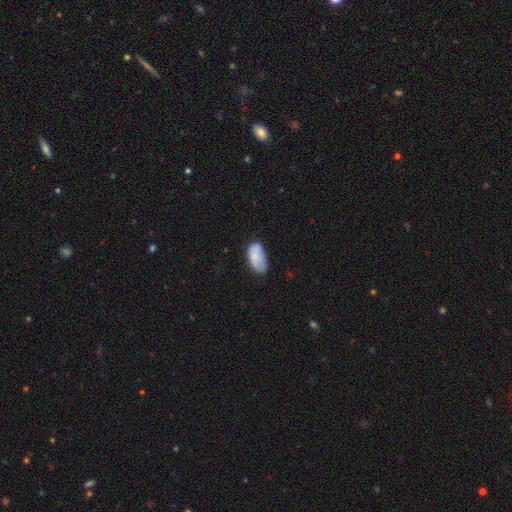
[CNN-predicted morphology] Overall: smooth (81%). How rounded: in between (94%). Merging: none (52%; minor disturbance 35%).